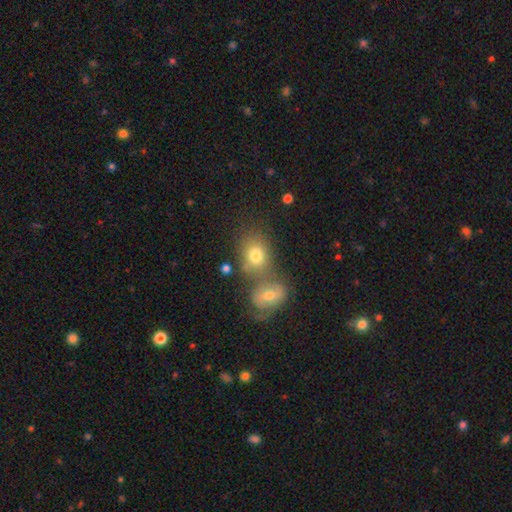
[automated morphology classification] type=smooth (74%); roundness=in between (57%); merging=merger (43%).